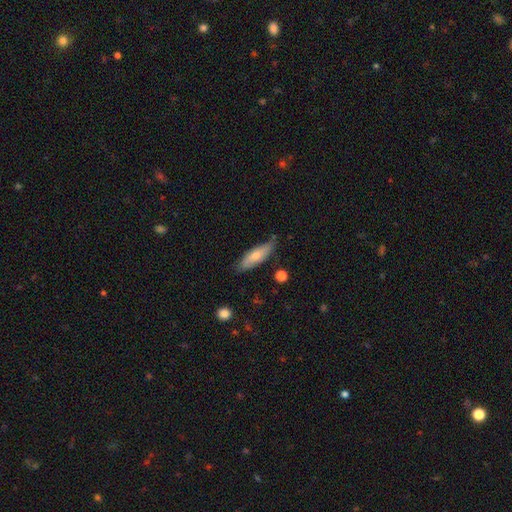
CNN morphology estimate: Smooth or featured? smooth (73%)
How rounded? cigar-shaped (52%)
Merging? none (72%)